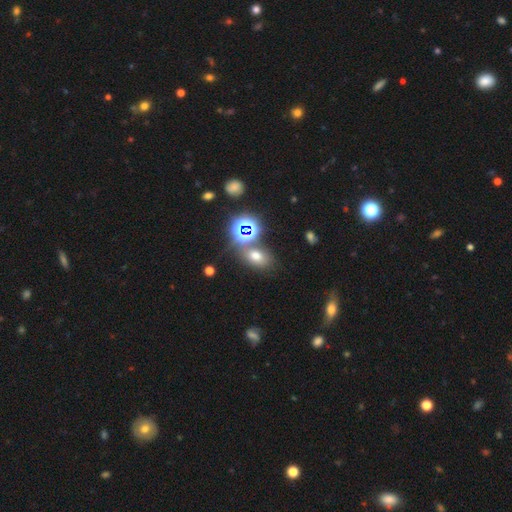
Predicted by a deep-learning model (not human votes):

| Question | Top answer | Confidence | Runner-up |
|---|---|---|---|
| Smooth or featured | smooth | 58% | star or artifact (32%) |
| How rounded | in between | 72% | round (26%) |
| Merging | none | 65% | merger (17%) |